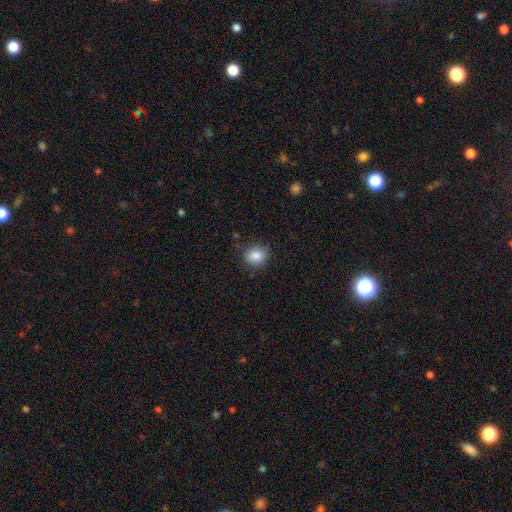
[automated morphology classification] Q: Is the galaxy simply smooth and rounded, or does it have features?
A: smooth — 84%.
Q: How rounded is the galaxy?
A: round — 72%.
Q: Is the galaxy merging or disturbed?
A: none — 75%.